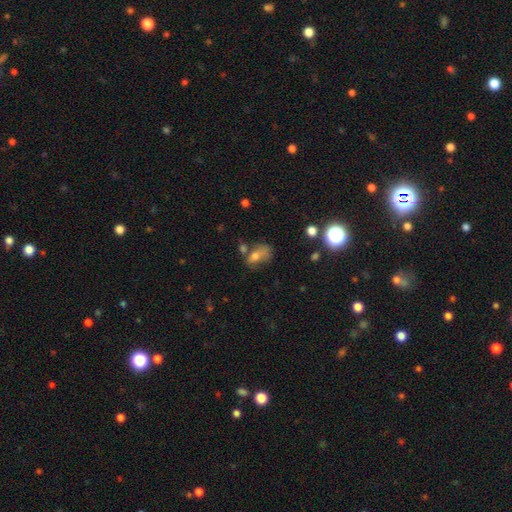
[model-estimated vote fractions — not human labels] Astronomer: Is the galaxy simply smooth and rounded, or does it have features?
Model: smooth — 64%.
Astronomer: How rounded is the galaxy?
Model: in between — 79%.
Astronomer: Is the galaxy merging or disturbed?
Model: none — 31% (runner-up: major disturbance, 24%).